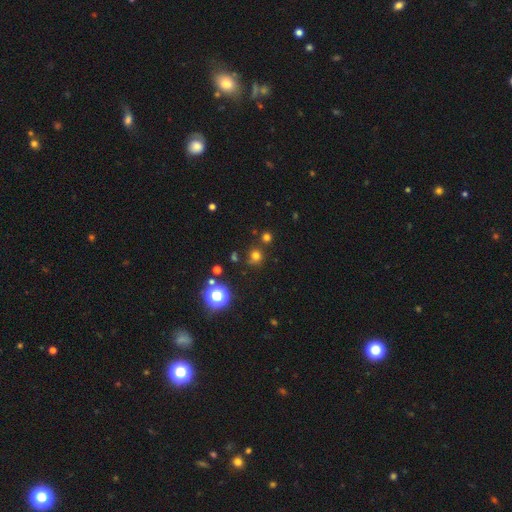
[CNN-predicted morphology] Overall: smooth (67%). How rounded: round (90%). Merging: none (81%).